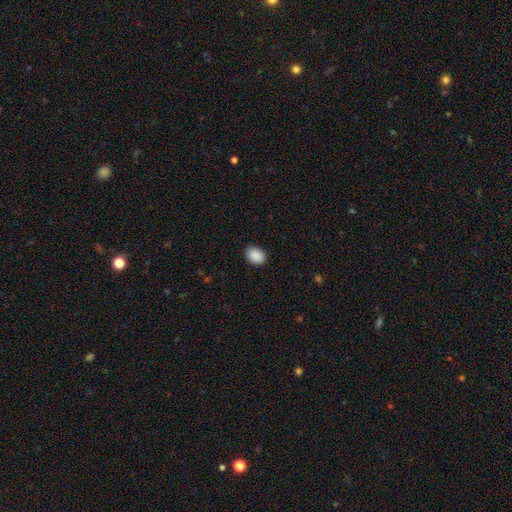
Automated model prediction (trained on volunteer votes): Morphology: type=smooth (90%); roundness=in between (72%); merging=none (87%).